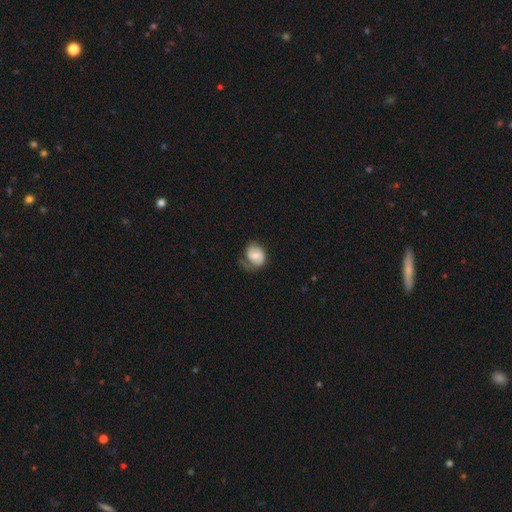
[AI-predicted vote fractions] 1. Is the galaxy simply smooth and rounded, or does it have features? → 49% smooth, 44% featured or disk, 7% star or artifact.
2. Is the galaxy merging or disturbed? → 43% none, 32% minor disturbance, 23% major disturbance, 2% merger.